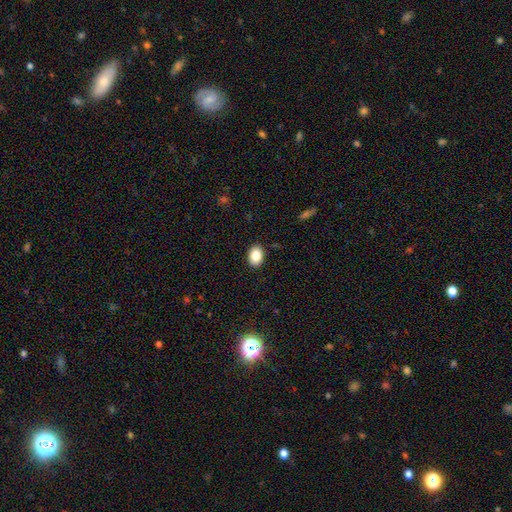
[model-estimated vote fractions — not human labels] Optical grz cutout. It shows a smooth galaxy with no disk features (86%) that is in between round and cigar-shaped (80%). Merging: none (90%).